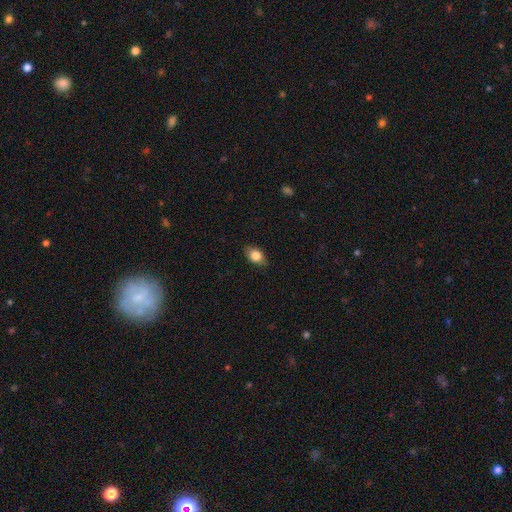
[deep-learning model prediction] Morphology: type=smooth (83%); roundness=in between (82%); merging=none (84%).